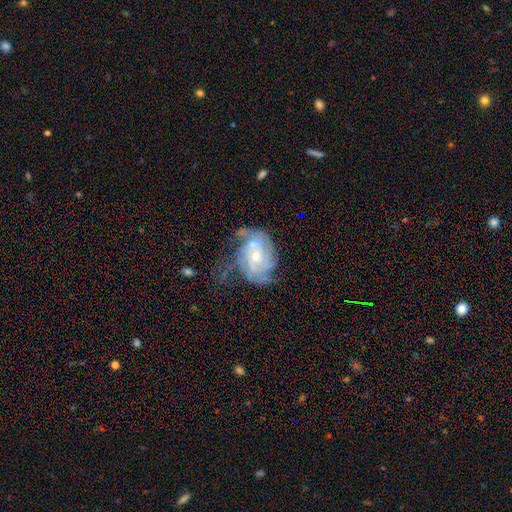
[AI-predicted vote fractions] smooth-or-featured: featured or disk: 81% | smooth: 12% | star or artifact: 7%
  disk-edge-on: no: 97% | yes: 3%
    bar: no: 67% | weak: 28% | strong: 5%
    has-spiral-arms: yes: 90% | no: 10%
      spiral-winding: tight: 57% | medium: 32% | loose: 11%
      spiral-arm-count: can't tell: 40% | 3: 18% | 4: 15% | 2: 15% | more than 4: 6% | 1: 5%
    bulge-size: small: 52% | moderate: 43% | large: 2% | none: 2% | dominant: 1%
  merging: none: 46% | minor disturbance: 24% | major disturbance: 20% | merger: 9%